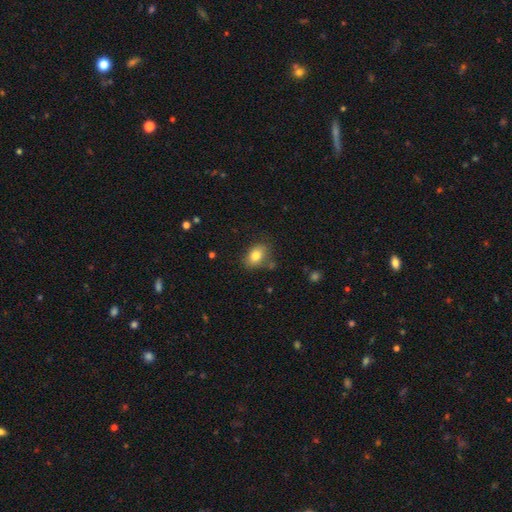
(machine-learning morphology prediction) This appears to be a smooth galaxy with no disk features (81%) that is in between round and cigar-shaped (76%). Merging: none (75%).